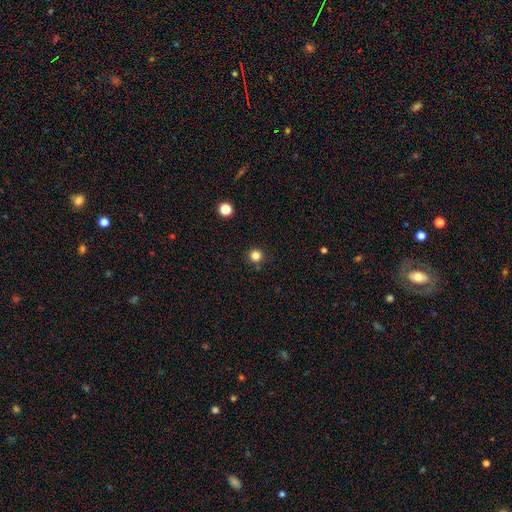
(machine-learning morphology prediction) Smooth or featured?
  - smooth: 82% *
  - star or artifact: 14%
  - featured or disk: 4%
How rounded?
  - round: 96% *
  - in between: 3%
  - cigar-shaped: 1%
Merging?
  - none: 90% *
  - minor disturbance: 6%
  - merger: 3%
  - major disturbance: 2%